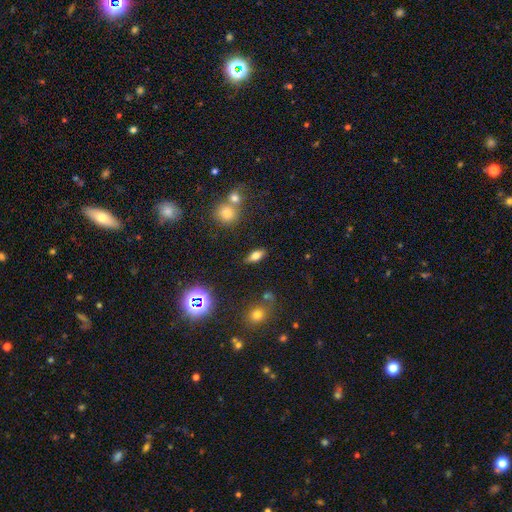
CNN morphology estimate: type=smooth (64%); roundness=in between (78%); merging=none (82%).